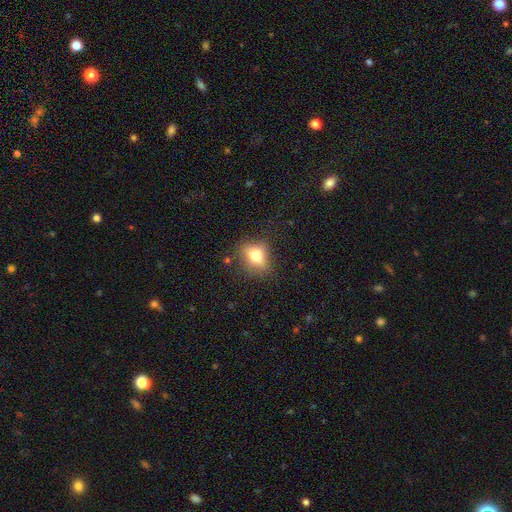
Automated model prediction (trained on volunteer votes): Smooth or featured: smooth — 70% (featured or disk — 19%)
How rounded: in between — 60% (round — 36%)
Merging: none — 70% (minor disturbance — 20%)